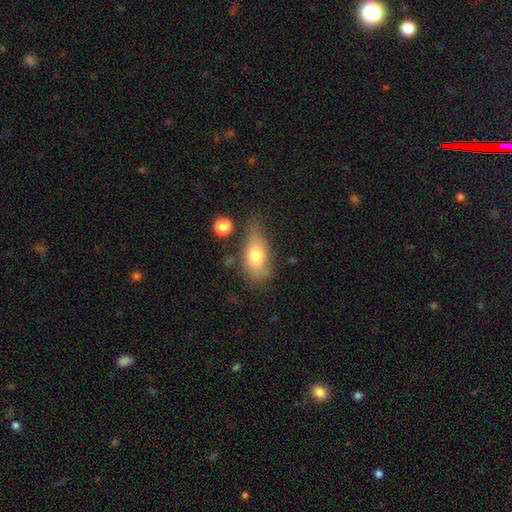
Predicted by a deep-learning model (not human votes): smooth_or_featured: smooth (p=0.73) [alt: featured or disk p=0.20]
how_rounded: in between (p=0.84) [alt: cigar-shaped p=0.10]
merging: none (p=0.50) [alt: minor disturbance p=0.31]